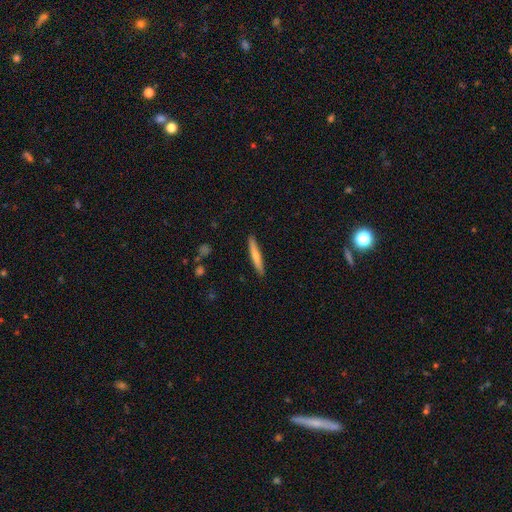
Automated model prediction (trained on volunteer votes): smooth-or-featured: smooth: 61% | featured or disk: 34% | star or artifact: 6%
  how-rounded: cigar-shaped: 94% | in between: 5% | round: 1%
  merging: none: 90% | minor disturbance: 7% | major disturbance: 1% | merger: 1%